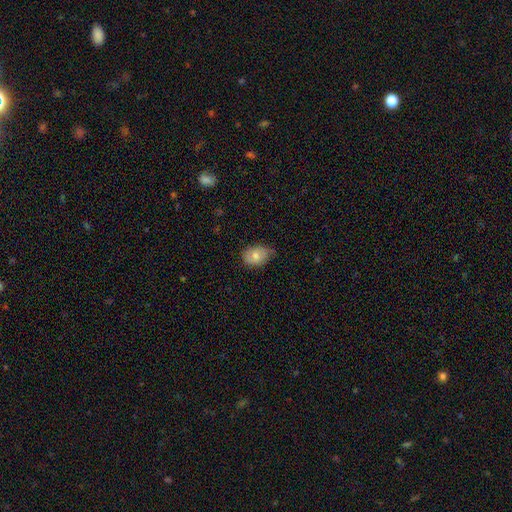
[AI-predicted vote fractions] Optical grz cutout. It shows a smooth galaxy with no disk features (71%) that is in between round and cigar-shaped (73%). Merging: none (55%).